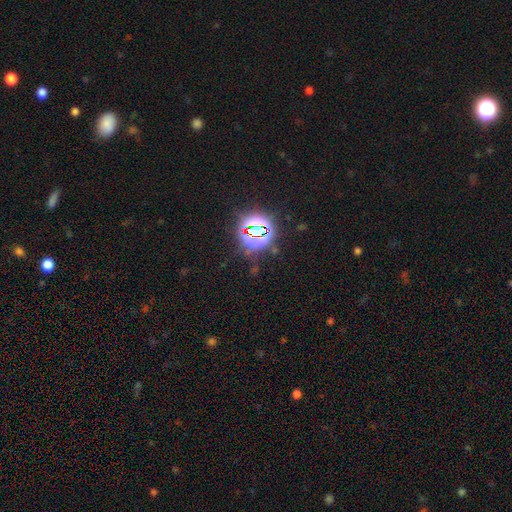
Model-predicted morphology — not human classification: Smooth or featured? star or artifact (82%)